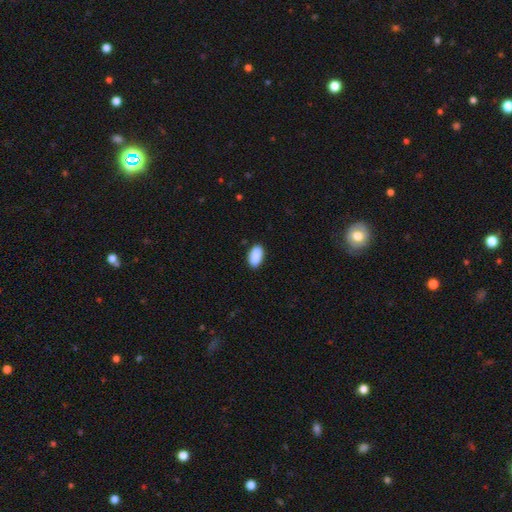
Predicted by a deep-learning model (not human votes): Smooth or featured?
  - smooth: 91% *
  - star or artifact: 6%
  - featured or disk: 3%
How rounded?
  - in between: 95% *
  - round: 4%
  - cigar-shaped: 2%
Merging?
  - none: 87% *
  - minor disturbance: 10%
  - major disturbance: 2%
  - merger: 1%